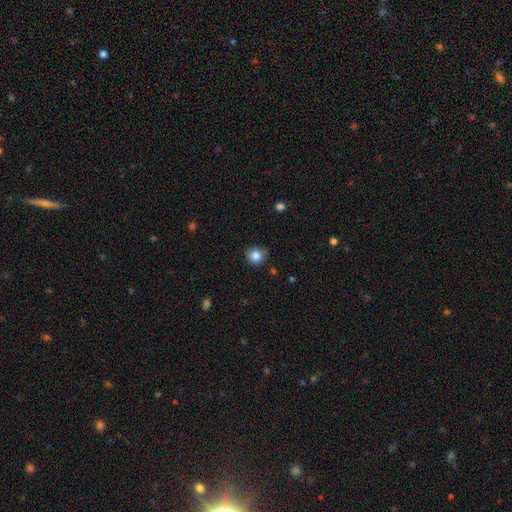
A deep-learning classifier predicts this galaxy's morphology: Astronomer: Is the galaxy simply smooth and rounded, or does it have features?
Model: smooth — 84%.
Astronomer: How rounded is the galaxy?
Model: round — 86%.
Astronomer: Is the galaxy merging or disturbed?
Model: none — 78%.